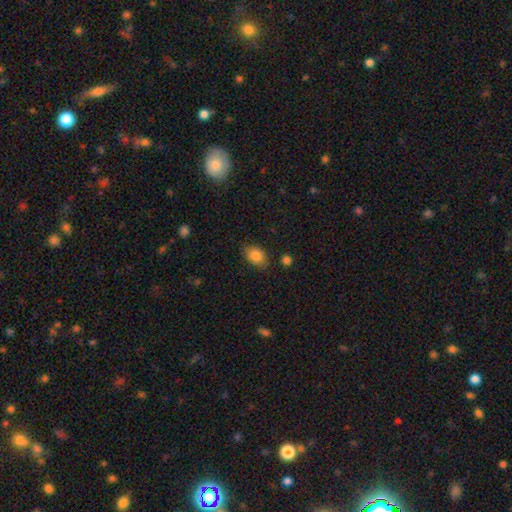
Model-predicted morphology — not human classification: Q: Smooth or featured?
A: smooth (84%); runner-up: star or artifact (8%)
Q: How rounded?
A: in between (79%); runner-up: round (19%)
Q: Merging?
A: none (80%); runner-up: minor disturbance (15%)